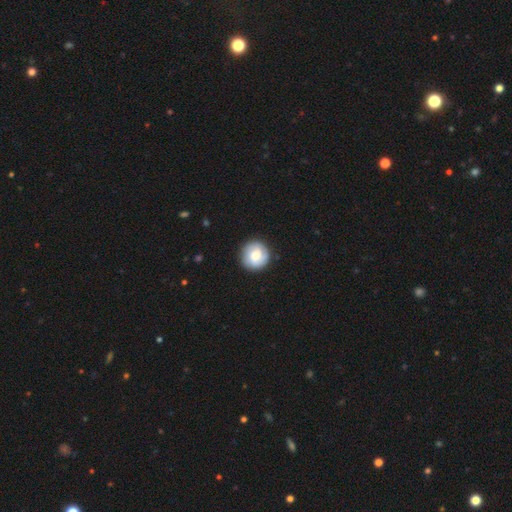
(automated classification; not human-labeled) This appears to be a smooth galaxy with no disk features (53%) that is round (93%). Merging: none (87%).